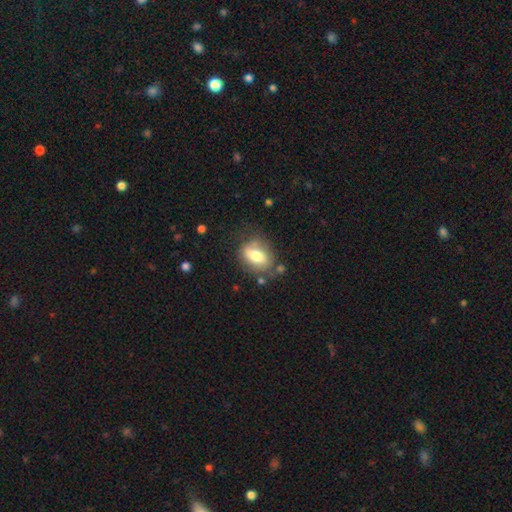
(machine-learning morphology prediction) Smooth or featured?
  - smooth: 68% *
  - featured or disk: 24%
  - star or artifact: 8%
How rounded?
  - in between: 78% *
  - round: 18%
  - cigar-shaped: 5%
Merging?
  - none: 67% *
  - minor disturbance: 20%
  - major disturbance: 8%
  - merger: 5%